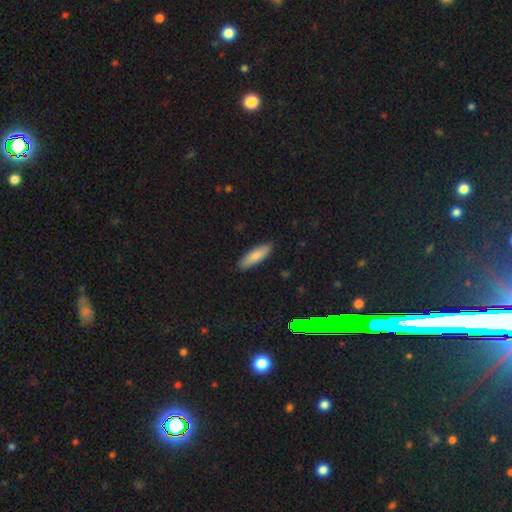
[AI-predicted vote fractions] This appears to be a smooth galaxy with no disk features (84%) that is cigar-shaped (57%). Merging: none (89%).